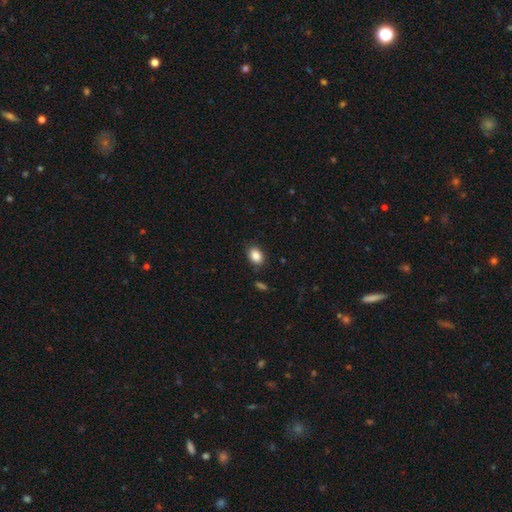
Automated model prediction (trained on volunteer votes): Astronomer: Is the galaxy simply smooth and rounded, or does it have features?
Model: smooth — 87%.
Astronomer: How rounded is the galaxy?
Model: in between — 74%.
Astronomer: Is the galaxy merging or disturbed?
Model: none — 84%.